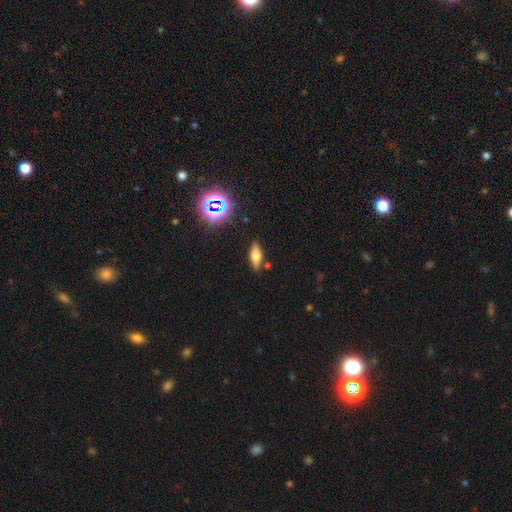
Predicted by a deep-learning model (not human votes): Overall: smooth (52%; featured or disk 33%). How rounded: in between (58%; cigar-shaped 38%). Merging: none (84%).